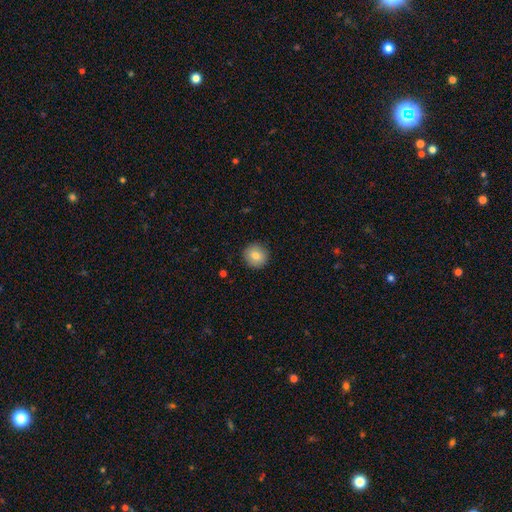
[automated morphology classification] The model was most divided on "smooth or featured": smooth: 81%, featured or disk: 10%, star or artifact: 9%. More confident: how rounded — round (94%); merging — none (91%).